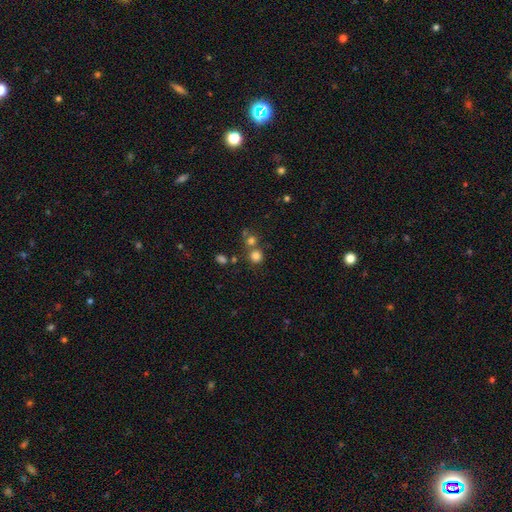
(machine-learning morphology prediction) A smooth galaxy with no disk features (77%) that is round (90%).

Vote fractions:
- Smooth or featured? smooth: 77% / star or artifact: 16% / featured or disk: 7%
- How rounded? round: 90% / in between: 9% / cigar-shaped: 1%
- Merging? none: 65% / merger: 24% / minor disturbance: 8% / major disturbance: 3%